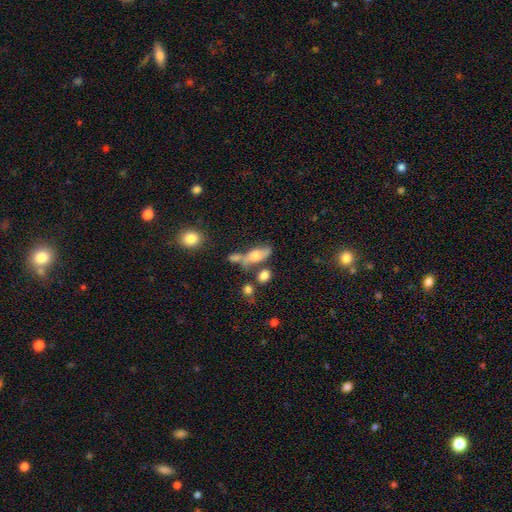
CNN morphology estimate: smooth-or-featured: smooth: 59% | featured or disk: 31% | star or artifact: 10%
  how-rounded: in between: 67% | cigar-shaped: 26% | round: 7%
  merging: none: 39% | merger: 28% | minor disturbance: 19% | major disturbance: 13%